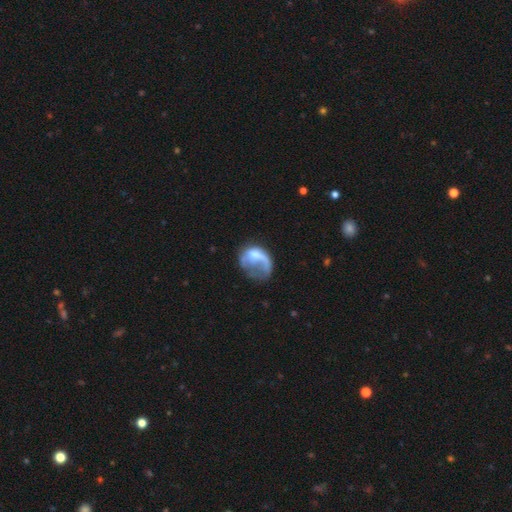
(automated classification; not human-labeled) Smooth or featured? featured or disk (49%)
Merging? major disturbance (53%)